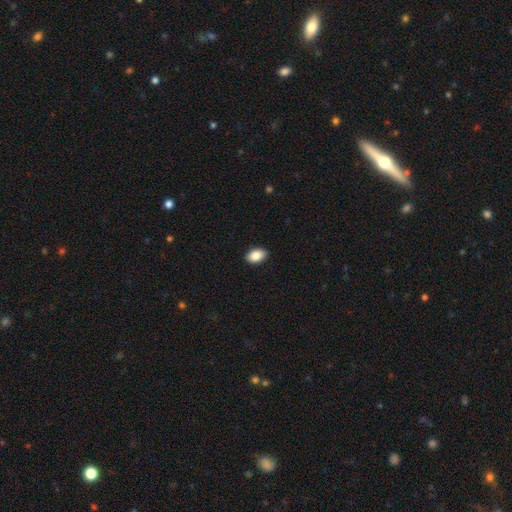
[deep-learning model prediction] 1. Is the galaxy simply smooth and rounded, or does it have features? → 87% smooth, 7% star or artifact, 5% featured or disk.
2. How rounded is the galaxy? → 88% in between, 11% round, 1% cigar-shaped.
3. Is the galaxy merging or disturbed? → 89% none, 8% minor disturbance, 2% major disturbance, 1% merger.